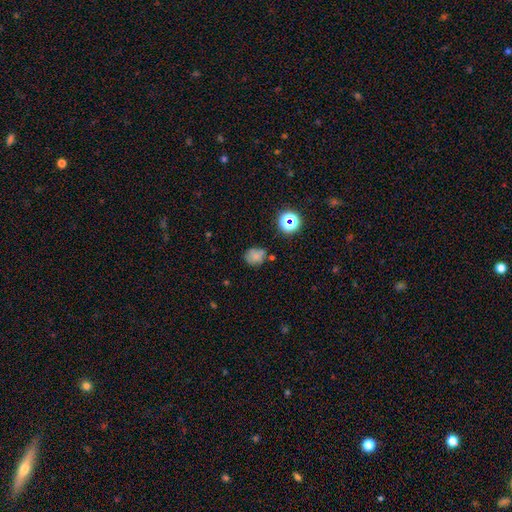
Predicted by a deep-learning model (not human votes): Morphology: type=smooth (69%); roundness=round (66%); merging=none (64%).